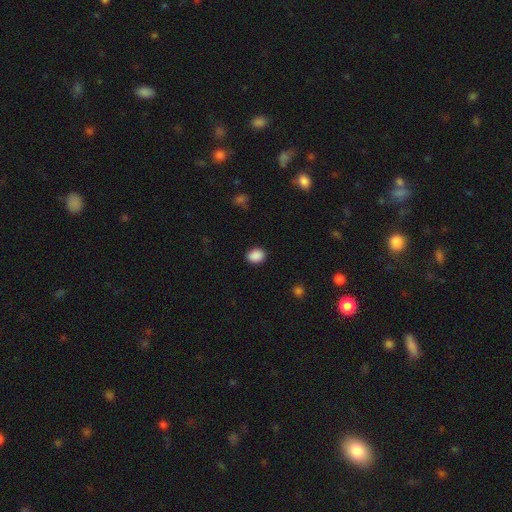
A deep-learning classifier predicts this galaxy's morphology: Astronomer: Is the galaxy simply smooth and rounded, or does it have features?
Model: smooth — 89%.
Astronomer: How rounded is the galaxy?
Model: in between — 52% (runner-up: round, 47%).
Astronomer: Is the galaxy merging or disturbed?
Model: none — 88%.